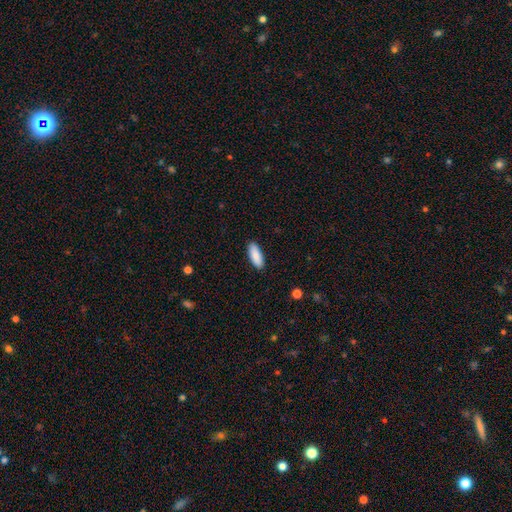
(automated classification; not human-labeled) This is clearly a smooth galaxy (89%). How rounded: likely in between (74%). Merging: clearly none (90%).